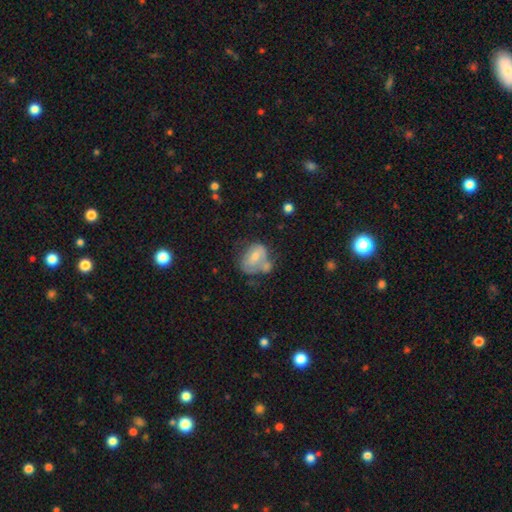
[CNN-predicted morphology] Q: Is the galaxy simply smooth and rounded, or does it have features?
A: smooth — 52%.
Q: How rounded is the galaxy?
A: in between — 68%.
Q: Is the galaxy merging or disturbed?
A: none — 30%.